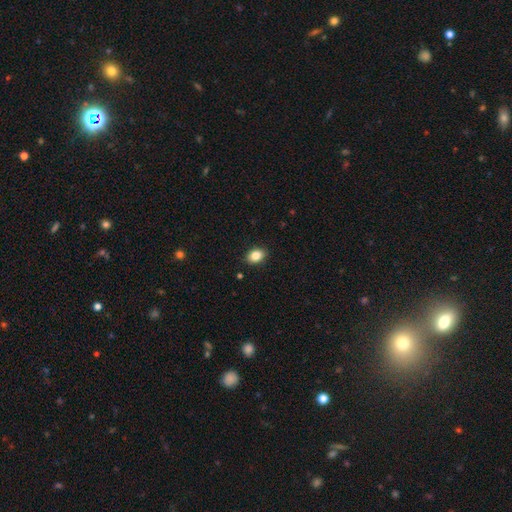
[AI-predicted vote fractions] smooth 86%, star or artifact 9%, featured or disk 6%. Down the decision tree: how rounded — in between (73%); merging — none (89%).